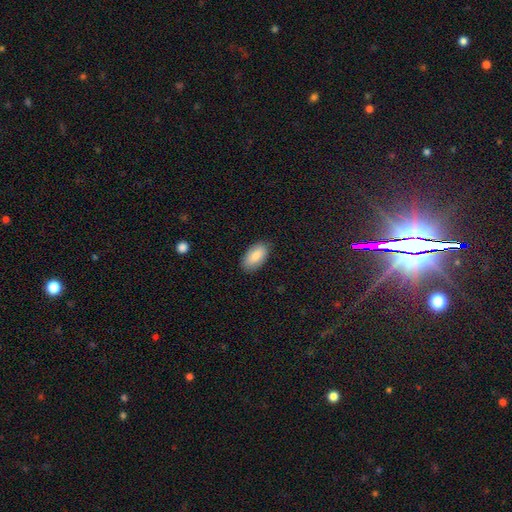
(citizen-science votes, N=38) Smooth or featured?
  - smooth: 92% *
  - featured or disk: 5%
  - star or artifact: 3%
How rounded?
  - in between: 94% *
  - round: 3%
  - cigar-shaped: 3%
Merging?
  - none: 86% *
  - minor disturbance: 8%
  - major disturbance: 3%
  - merger: 3%